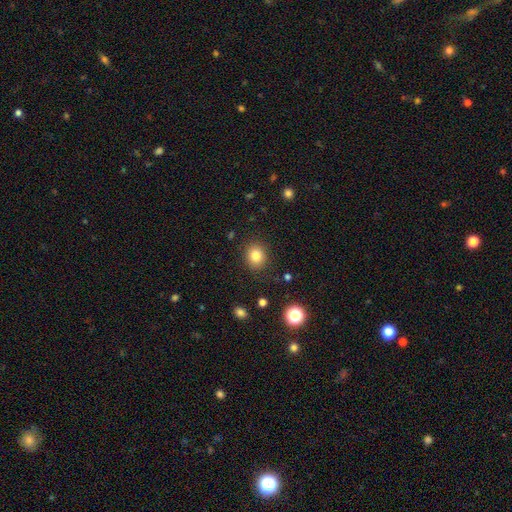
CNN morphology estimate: Overall: smooth (82%). How rounded: round (72%). Merging: none (88%).